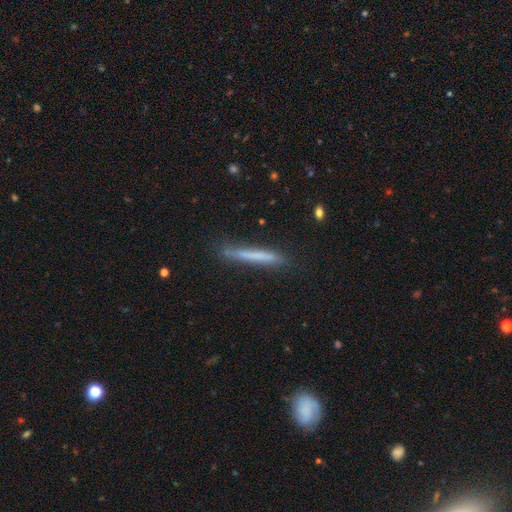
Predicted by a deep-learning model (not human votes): Smooth or featured? smooth (63%)
How rounded? cigar-shaped (96%)
Merging? none (81%)